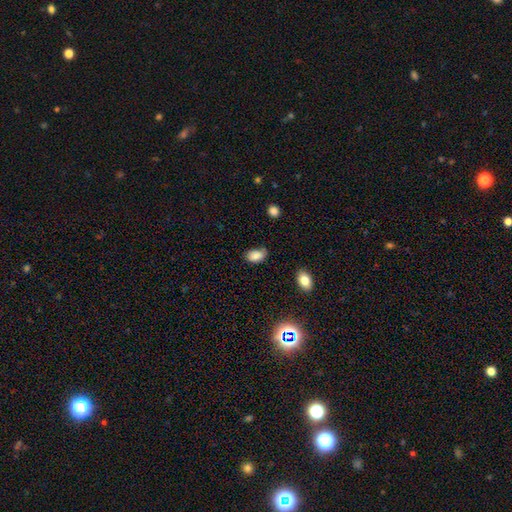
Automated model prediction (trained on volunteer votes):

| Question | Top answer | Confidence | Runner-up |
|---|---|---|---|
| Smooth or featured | smooth | 83% | star or artifact (10%) |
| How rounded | in between | 88% | round (11%) |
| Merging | none | 60% | minor disturbance (30%) |